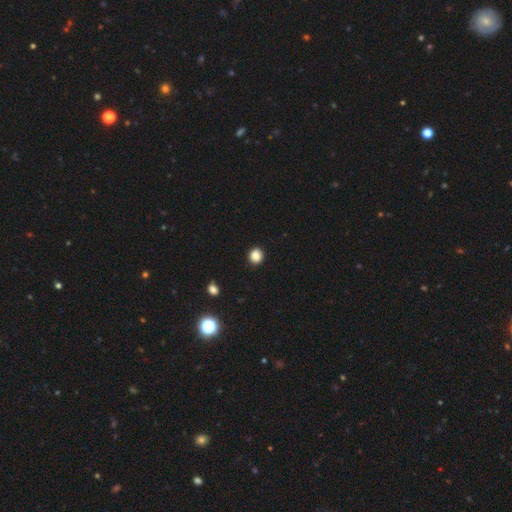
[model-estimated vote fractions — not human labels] Smooth or featured? Predicted: smooth (p=0.86). How rounded? Predicted: round (p=0.85). Merging? Predicted: none (p=0.91).